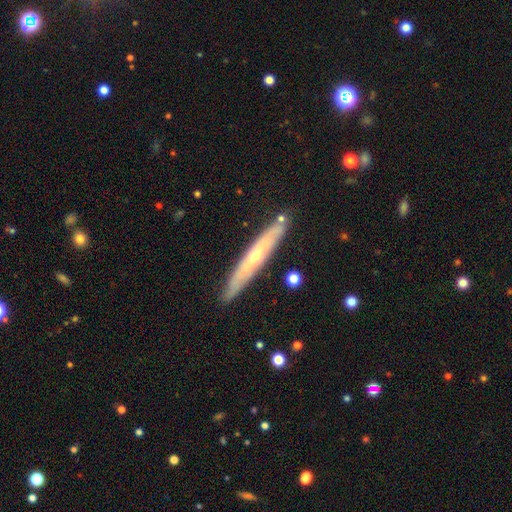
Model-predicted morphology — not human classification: type=featured or disk (62%); edge-on=yes (81%); edge-on bulge=rounded (71%); merging=none (84%).